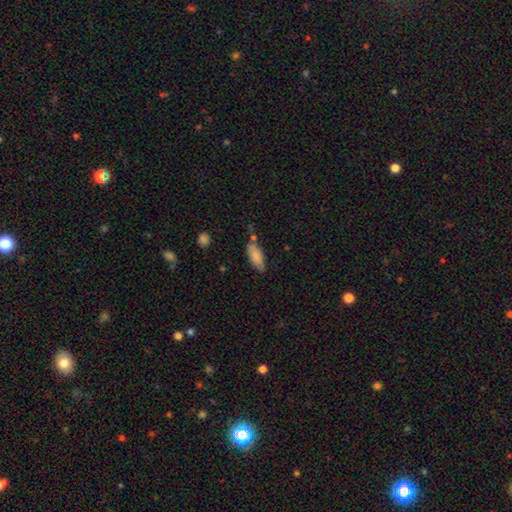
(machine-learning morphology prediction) Smooth or featured? smooth (84%)
How rounded? in between (77%)
Merging? none (62%)